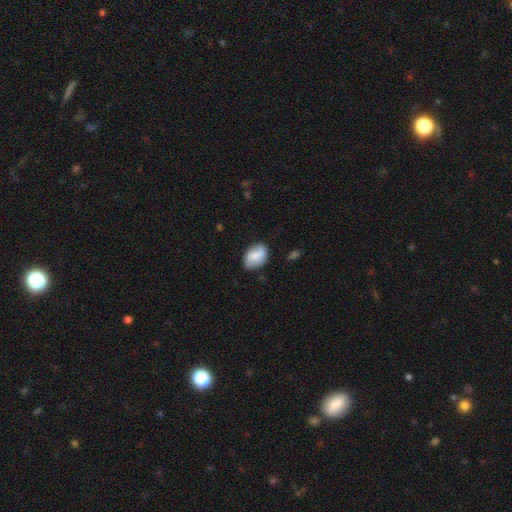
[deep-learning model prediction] The model was most divided on "smooth or featured": smooth: 70%, featured or disk: 22%, star or artifact: 7%. More confident: how rounded — in between (82%); merging — none (74%).